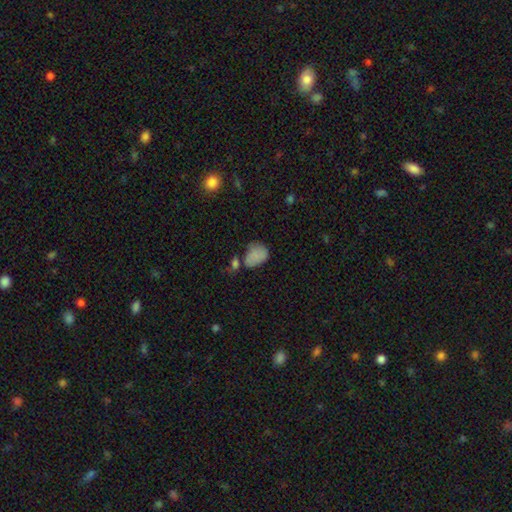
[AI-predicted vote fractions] This is likely a smooth galaxy (80%). How rounded: likely in between (75%). Merging: marginally none (39%).